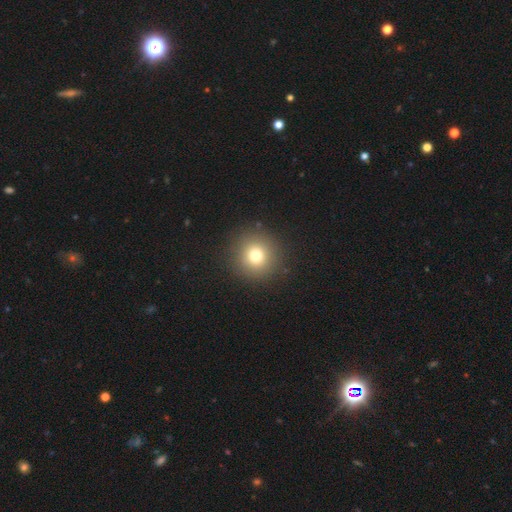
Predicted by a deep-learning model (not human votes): Smooth or featured? Predicted: smooth (p=0.76). How rounded? Predicted: round (p=0.95). Merging? Predicted: none (p=0.90).